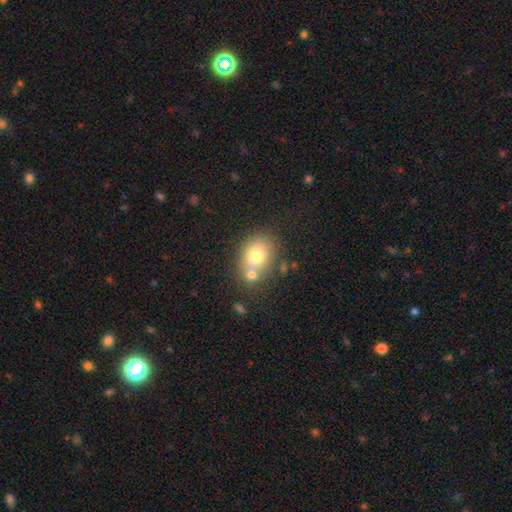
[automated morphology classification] Overall: smooth (73%). How rounded: in between (54%; round 45%). Merging: none (51%; merger 33%).